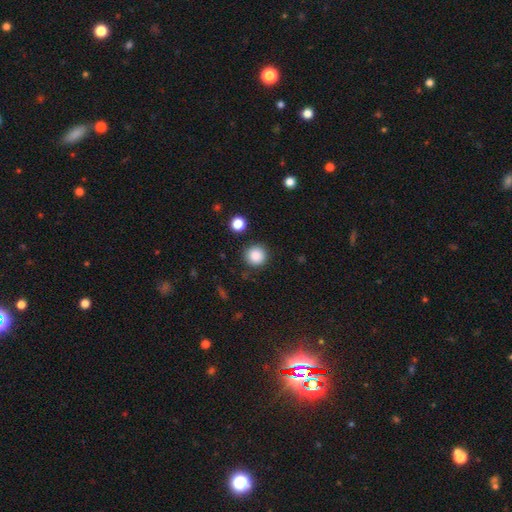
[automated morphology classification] Q: Smooth or featured?
A: smooth (87%); runner-up: star or artifact (10%)
Q: How rounded?
A: round (94%); runner-up: in between (5%)
Q: Merging?
A: none (88%); runner-up: minor disturbance (7%)